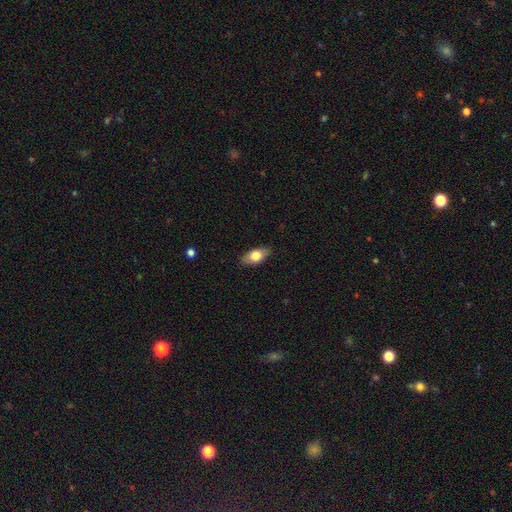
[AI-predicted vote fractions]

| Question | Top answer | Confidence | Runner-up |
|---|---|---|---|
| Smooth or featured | smooth | 75% | featured or disk (19%) |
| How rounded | in between | 88% | cigar-shaped (6%) |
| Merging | none | 86% | minor disturbance (11%) |